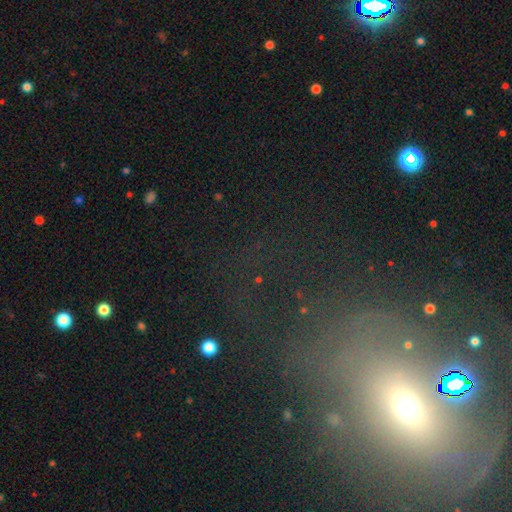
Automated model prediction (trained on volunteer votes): Smooth or featured?
  - star or artifact: 49% *
  - smooth: 27%
  - featured or disk: 24%